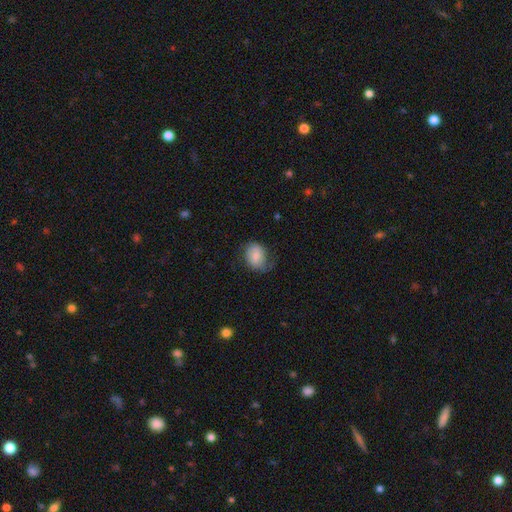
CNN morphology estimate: Overall: smooth (72%). How rounded: in between (60%; round 39%). Merging: none (56%; minor disturbance 29%).